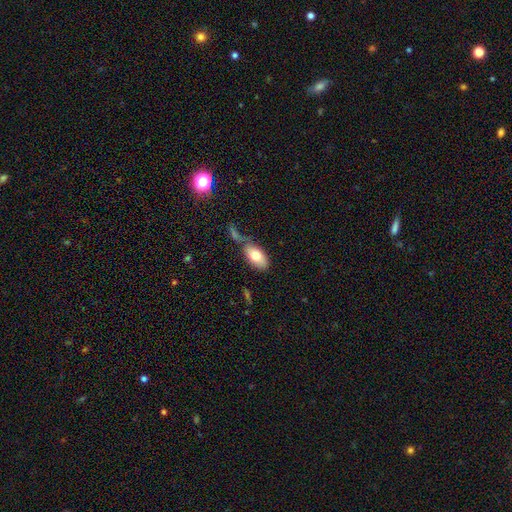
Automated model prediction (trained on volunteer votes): Q: Smooth or featured?
A: smooth (74%); runner-up: featured or disk (19%)
Q: How rounded?
A: in between (93%); runner-up: round (4%)
Q: Merging?
A: none (49%); runner-up: merger (24%)